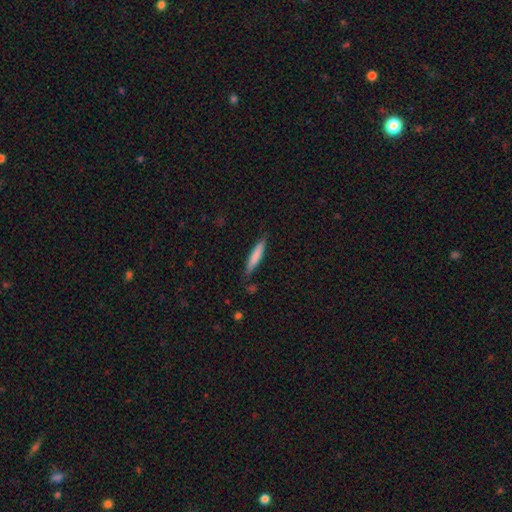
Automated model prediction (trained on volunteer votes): Smooth or featured? Predicted: smooth (p=0.76). How rounded? Predicted: cigar-shaped (p=0.90). Merging? Predicted: none (p=0.83).